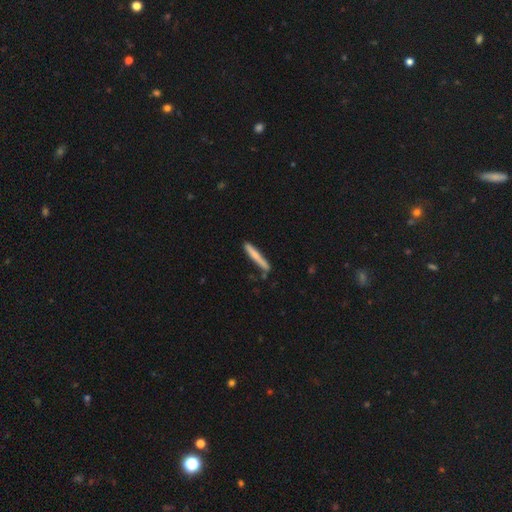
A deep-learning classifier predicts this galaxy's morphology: type=smooth (68%); roundness=cigar-shaped (96%); merging=none (79%).